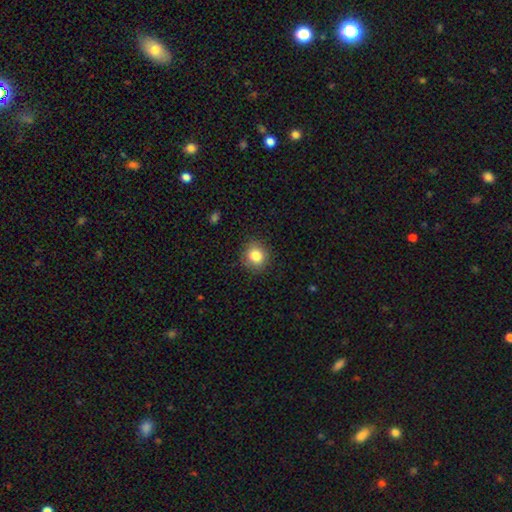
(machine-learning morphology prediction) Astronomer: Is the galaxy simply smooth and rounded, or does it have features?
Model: smooth — 83%.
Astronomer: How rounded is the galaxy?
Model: round — 81%.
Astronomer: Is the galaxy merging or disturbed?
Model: none — 86%.